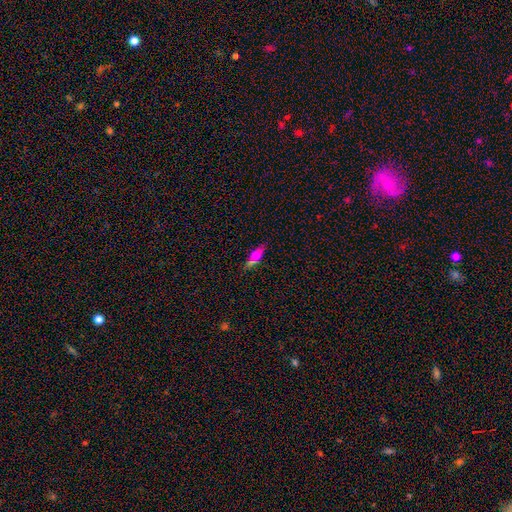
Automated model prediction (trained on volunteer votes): Q: Smooth or featured?
A: smooth (58%); runner-up: featured or disk (32%)
Q: How rounded?
A: cigar-shaped (53%); runner-up: in between (43%)
Q: Merging?
A: none (66%); runner-up: minor disturbance (16%)